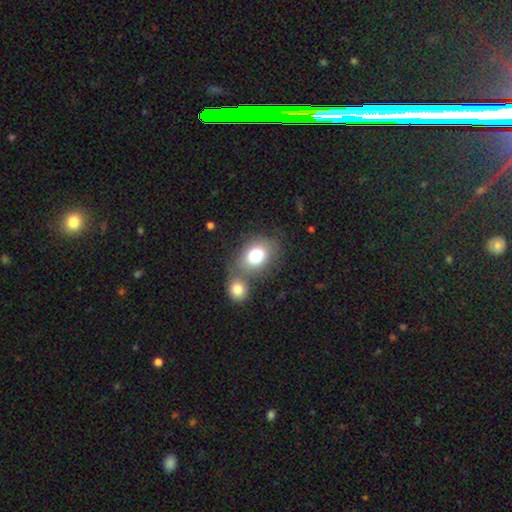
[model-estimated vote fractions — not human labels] smooth-or-featured: smooth: 82% | featured or disk: 10% | star or artifact: 8%
  how-rounded: in between: 64% | round: 35% | cigar-shaped: 1%
  merging: none: 41% | merger: 40% | minor disturbance: 13% | major disturbance: 6%